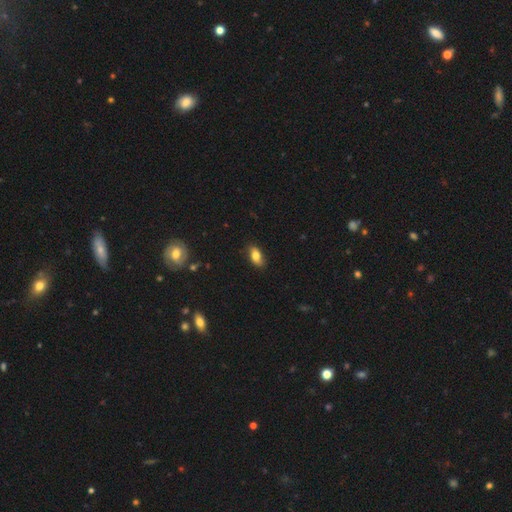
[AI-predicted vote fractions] Q: Smooth or featured?
A: smooth (78%); runner-up: featured or disk (14%)
Q: How rounded?
A: in between (89%); runner-up: round (6%)
Q: Merging?
A: none (83%); runner-up: minor disturbance (14%)